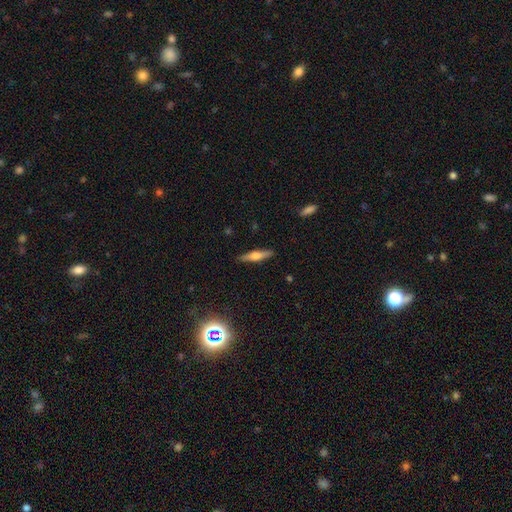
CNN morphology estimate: The model was most divided on "smooth or featured": featured or disk: 47%, smooth: 45%, star or artifact: 7%. More confident: merging — none (88%).